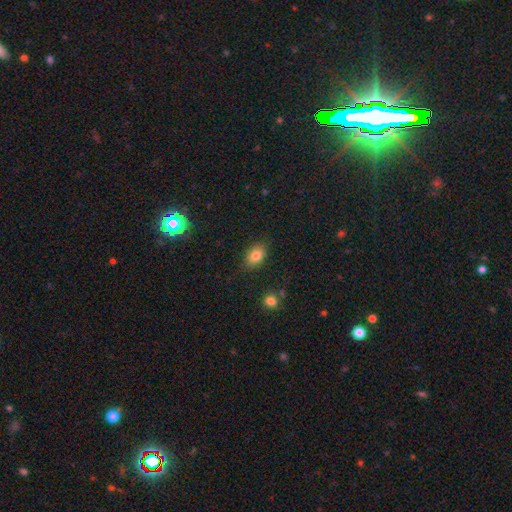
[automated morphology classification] Smooth or featured?
  - smooth: 81% *
  - star or artifact: 10%
  - featured or disk: 9%
How rounded?
  - in between: 82% *
  - round: 17%
  - cigar-shaped: 2%
Merging?
  - none: 82% *
  - minor disturbance: 13%
  - major disturbance: 3%
  - merger: 2%